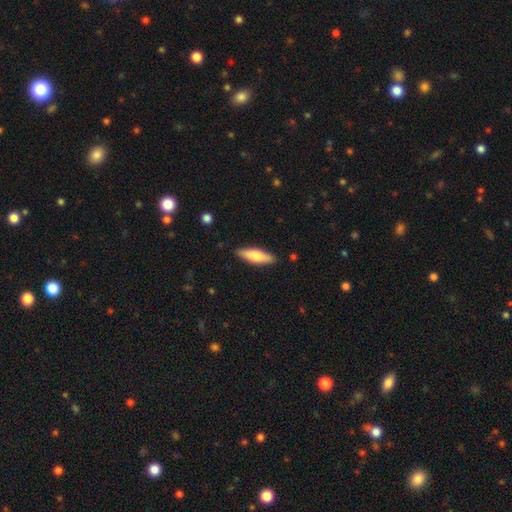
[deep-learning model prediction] smooth-or-featured: smooth: 68% | featured or disk: 27% | star or artifact: 5%
  how-rounded: cigar-shaped: 58% | in between: 40% | round: 2%
  merging: none: 87% | minor disturbance: 10% | major disturbance: 2% | merger: 1%